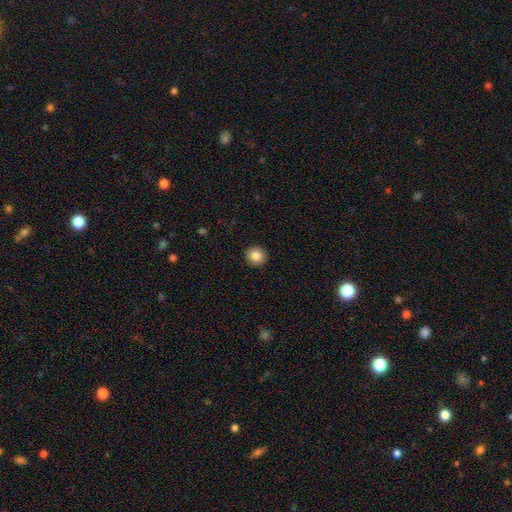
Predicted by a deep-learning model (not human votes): Morphology: type=smooth (85%); roundness=round (93%); merging=none (93%).